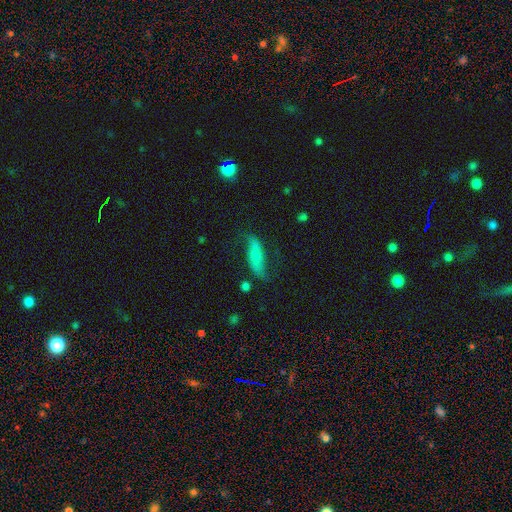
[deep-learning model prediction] featured or disk 54%, smooth 38%, star or artifact 8%. Down the decision tree: edge-on disk — no (80%); merging — none (64%).